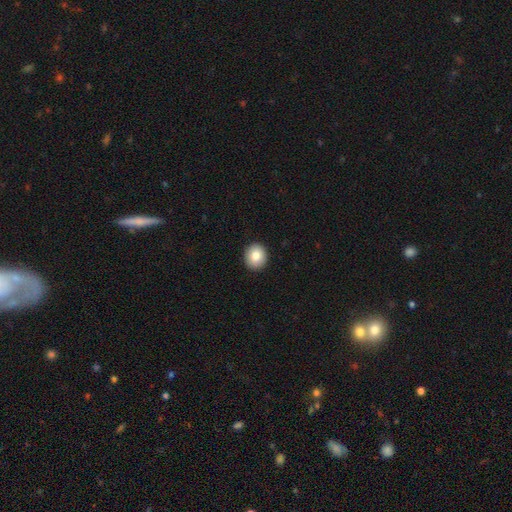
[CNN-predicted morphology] Smooth or featured?
  - smooth: 83% *
  - featured or disk: 9%
  - star or artifact: 8%
How rounded?
  - round: 78% *
  - in between: 21%
  - cigar-shaped: 1%
Merging?
  - none: 92% *
  - minor disturbance: 6%
  - major disturbance: 2%
  - merger: 1%